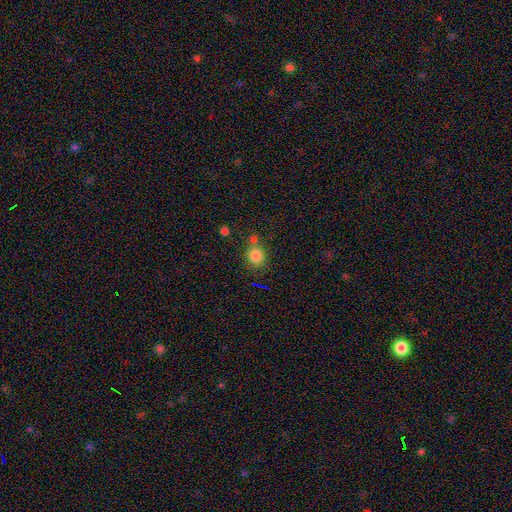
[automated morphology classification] A smooth galaxy with no disk features (82%) that is round (80%).

Vote fractions:
- Smooth or featured? smooth: 82% / star or artifact: 12% / featured or disk: 6%
- How rounded? round: 80% / in between: 19% / cigar-shaped: 1%
- Merging? none: 66% / merger: 19% / minor disturbance: 11% / major disturbance: 4%